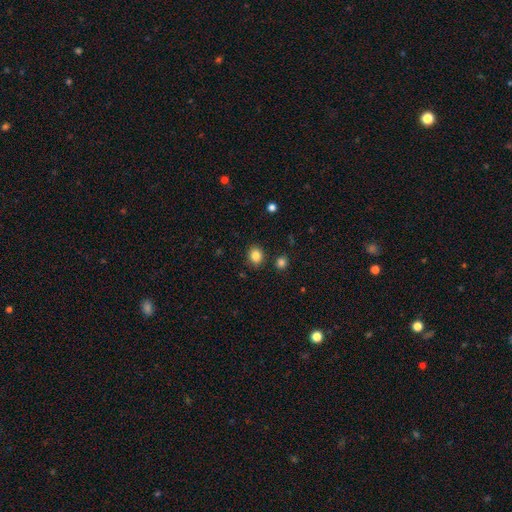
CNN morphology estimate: type=smooth (85%); roundness=round (63%); merging=none (86%).